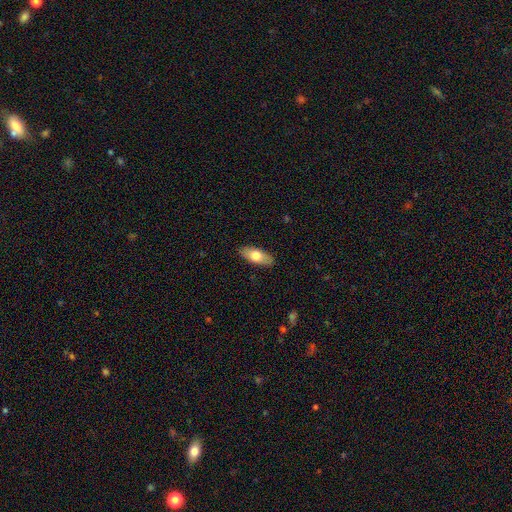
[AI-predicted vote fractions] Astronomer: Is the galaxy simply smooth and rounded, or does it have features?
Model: smooth — 72%.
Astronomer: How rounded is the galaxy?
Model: in between — 84%.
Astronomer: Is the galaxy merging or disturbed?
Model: none — 88%.